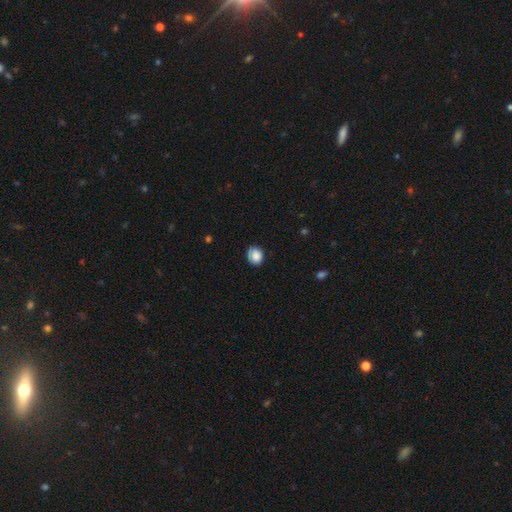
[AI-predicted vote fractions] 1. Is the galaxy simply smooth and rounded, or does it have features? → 87% smooth, 8% star or artifact, 5% featured or disk.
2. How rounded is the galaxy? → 65% round, 34% in between, 1% cigar-shaped.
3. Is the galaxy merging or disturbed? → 85% none, 12% minor disturbance, 2% major disturbance, 1% merger.